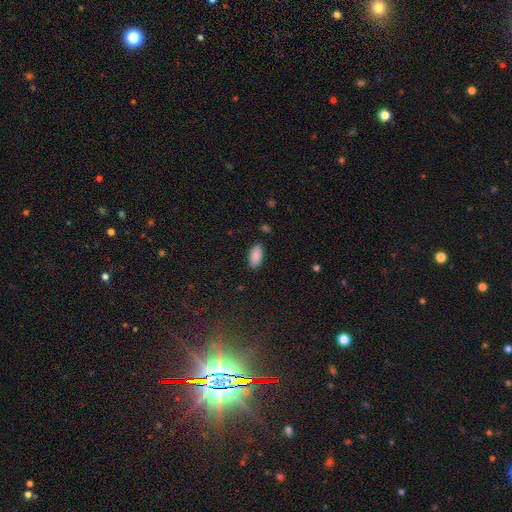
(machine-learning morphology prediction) Overall: smooth (88%). How rounded: in between (94%). Merging: none (86%).